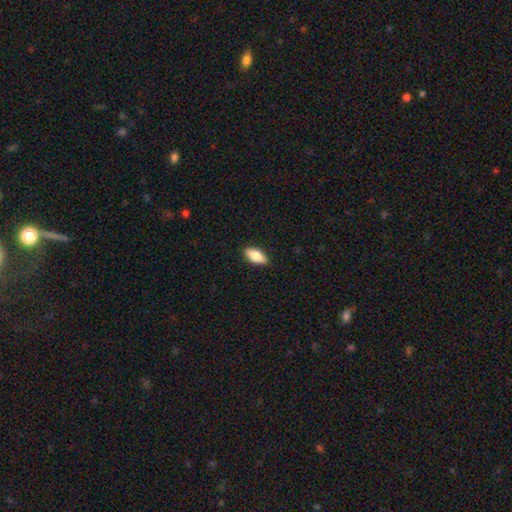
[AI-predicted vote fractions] This is clearly a smooth galaxy (80%). How rounded: clearly in between (85%). Merging: clearly none (89%).